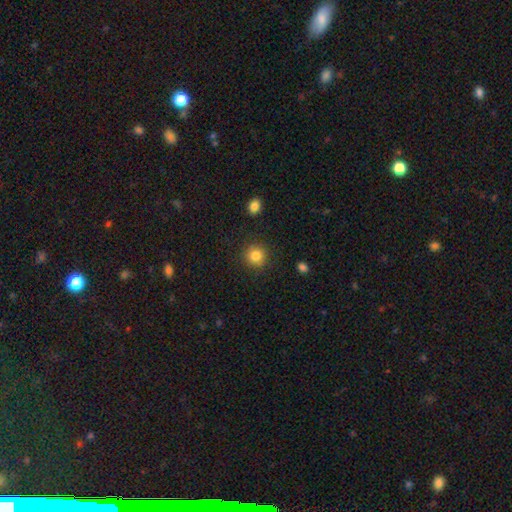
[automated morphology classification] smooth-or-featured: smooth: 85% | star or artifact: 10% | featured or disk: 5%
  how-rounded: round: 91% | in between: 8% | cigar-shaped: 1%
  merging: none: 88% | minor disturbance: 8% | major disturbance: 3% | merger: 2%